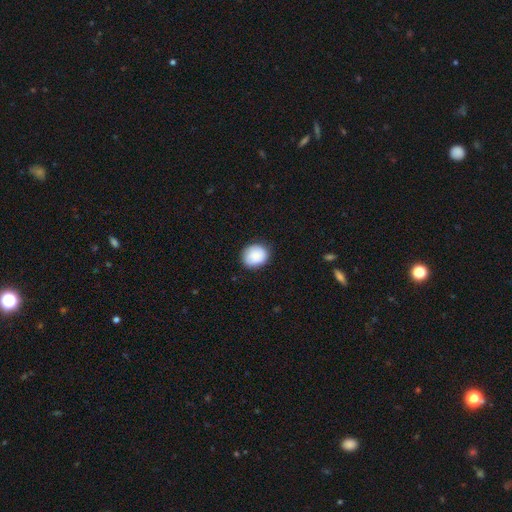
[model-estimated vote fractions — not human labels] Smooth or featured?
  - smooth: 87% *
  - star or artifact: 7%
  - featured or disk: 6%
How rounded?
  - round: 68% *
  - in between: 32%
  - cigar-shaped: 1%
Merging?
  - none: 84% *
  - minor disturbance: 13%
  - major disturbance: 3%
  - merger: 1%